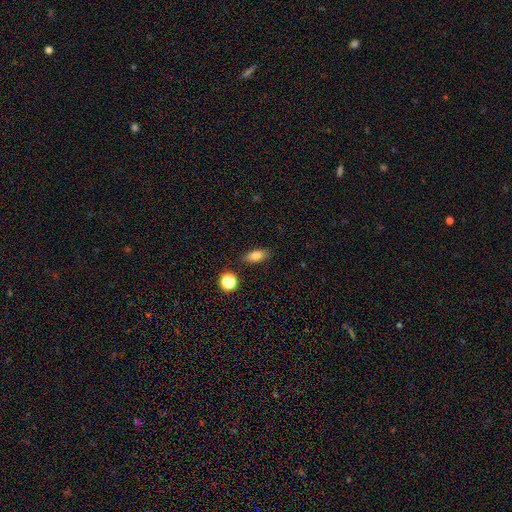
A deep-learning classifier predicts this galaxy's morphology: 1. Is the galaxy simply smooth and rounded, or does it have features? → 80% smooth, 10% star or artifact, 10% featured or disk.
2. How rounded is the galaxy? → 79% in between, 13% cigar-shaped, 8% round.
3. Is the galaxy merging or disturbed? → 85% none, 10% minor disturbance, 3% major disturbance, 3% merger.